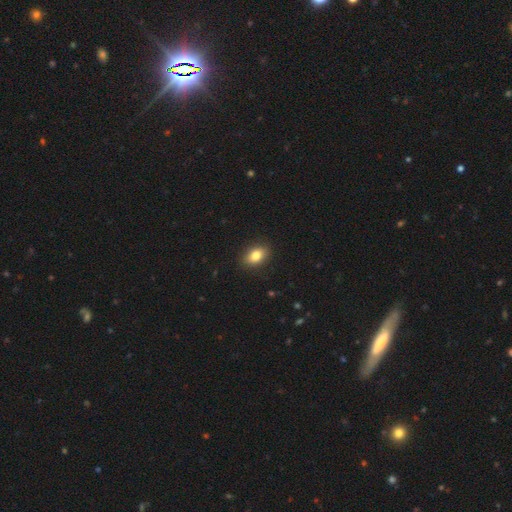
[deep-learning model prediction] smooth 82%, star or artifact 9%, featured or disk 9%. Down the decision tree: how rounded — in between (80%); merging — none (89%).